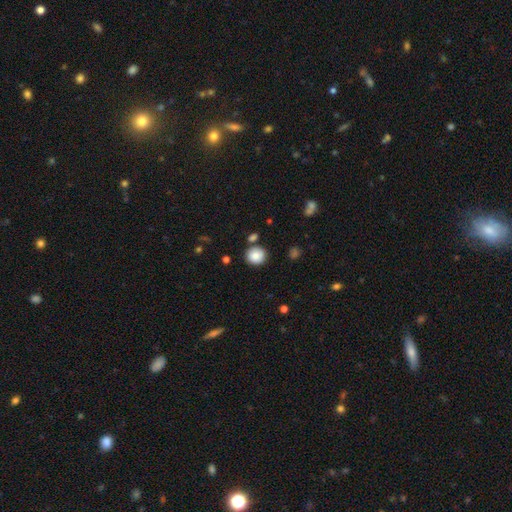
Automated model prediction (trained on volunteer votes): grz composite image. It shows a smooth galaxy with no disk features (86%) that is round (88%). Merging: none (81%).